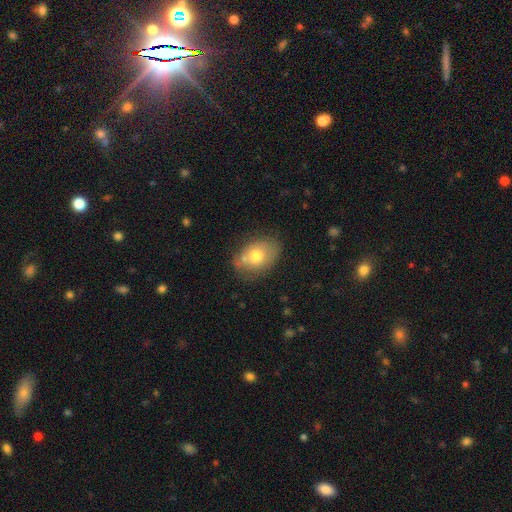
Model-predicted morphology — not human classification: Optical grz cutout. It shows a smooth galaxy with no disk features (70%) that is in between round and cigar-shaped (78%). Merging: none (68%).